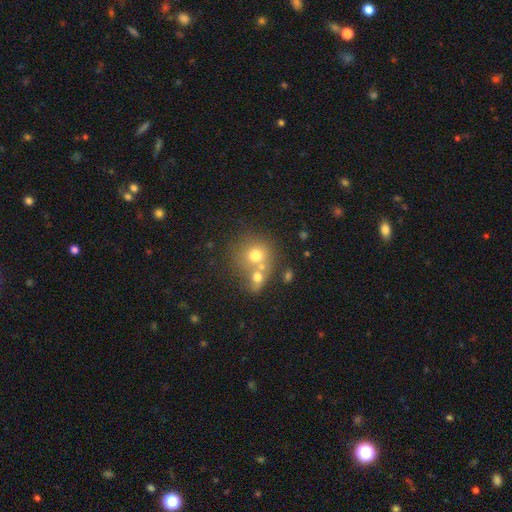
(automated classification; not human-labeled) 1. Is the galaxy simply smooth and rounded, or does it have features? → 68% smooth, 18% featured or disk, 13% star or artifact.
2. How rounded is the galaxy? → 84% round, 15% in between, 1% cigar-shaped.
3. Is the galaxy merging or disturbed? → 46% merger, 41% none, 9% minor disturbance, 5% major disturbance.